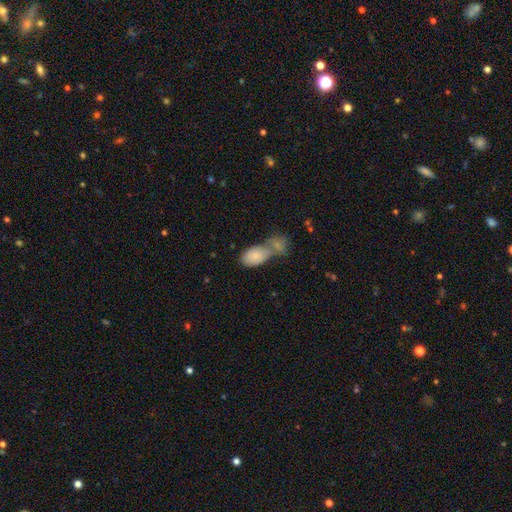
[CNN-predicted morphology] Smooth or featured? smooth (83%)
How rounded? in between (91%)
Merging? merger (59%)